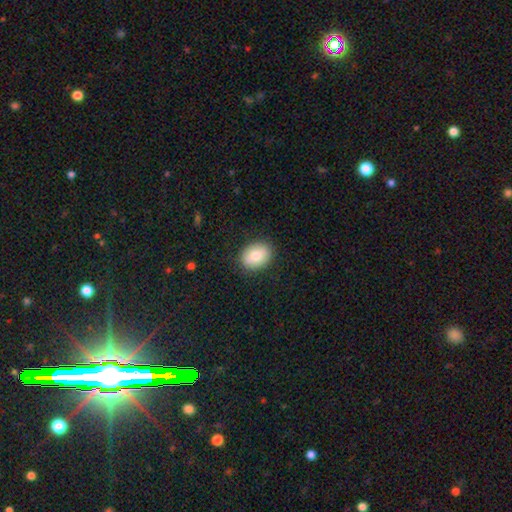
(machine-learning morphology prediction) Smooth or featured? smooth (81%)
How rounded? in between (63%)
Merging? none (88%)